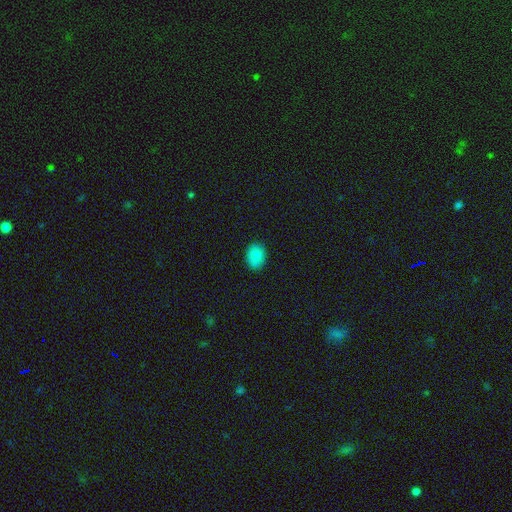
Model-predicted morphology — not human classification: Smooth or featured? Predicted: smooth (p=0.86). How rounded? Predicted: in between (p=0.73). Merging? Predicted: none (p=0.85).